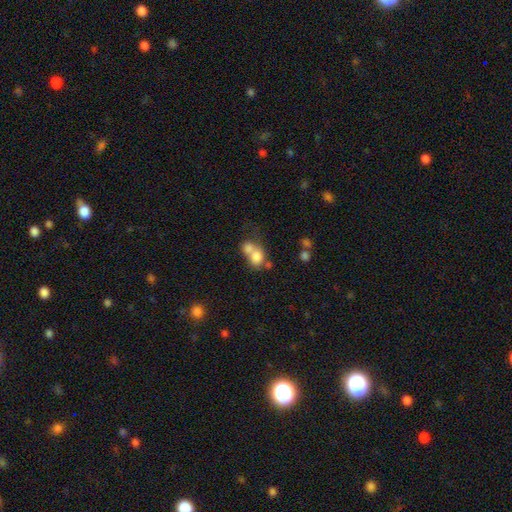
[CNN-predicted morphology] Overall: smooth (73%). How rounded: round (55%; in between 43%). Merging: merger (63%; none 24%).